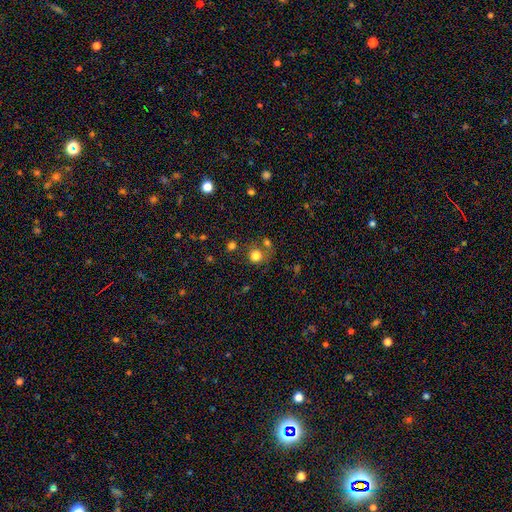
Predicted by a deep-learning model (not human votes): smooth-or-featured: smooth: 79% | star or artifact: 13% | featured or disk: 7%
  how-rounded: round: 86% | in between: 13% | cigar-shaped: 1%
  merging: none: 65% | merger: 16% | minor disturbance: 13% | major disturbance: 7%